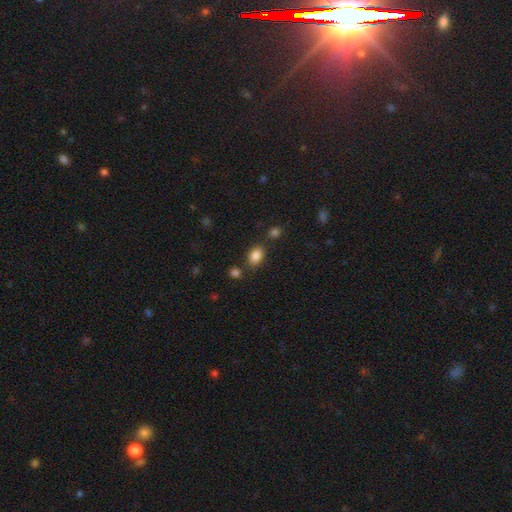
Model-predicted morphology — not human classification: A smooth galaxy with no disk features (85%) that is in between round and cigar-shaped (81%). Merging: none (76%).